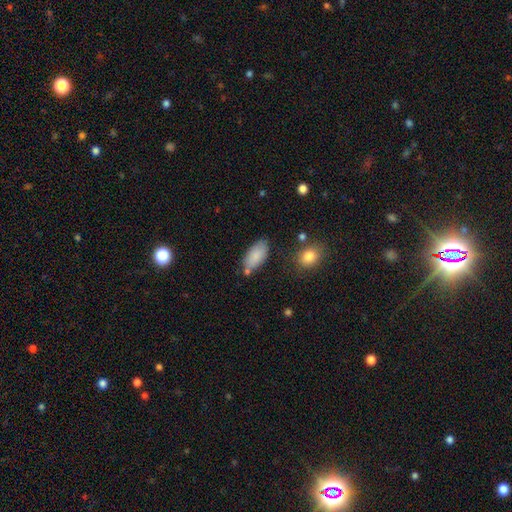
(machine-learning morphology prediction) Q: Smooth or featured?
A: smooth (85%); runner-up: featured or disk (8%)
Q: How rounded?
A: in between (93%); runner-up: cigar-shaped (5%)
Q: Merging?
A: none (69%); runner-up: minor disturbance (19%)